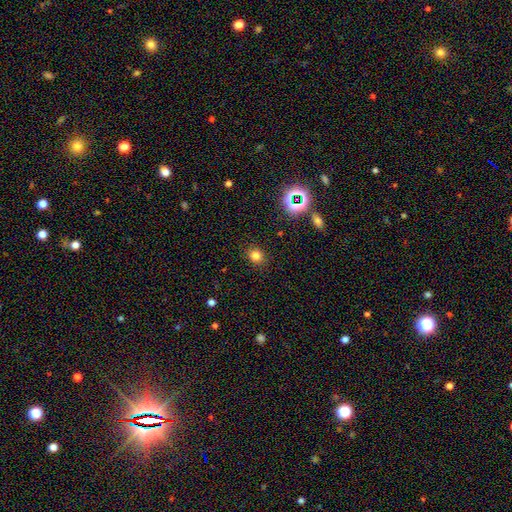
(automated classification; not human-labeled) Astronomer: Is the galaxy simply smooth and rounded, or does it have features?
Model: smooth — 77%.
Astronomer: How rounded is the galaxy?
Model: round — 76%.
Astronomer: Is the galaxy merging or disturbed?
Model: none — 88%.